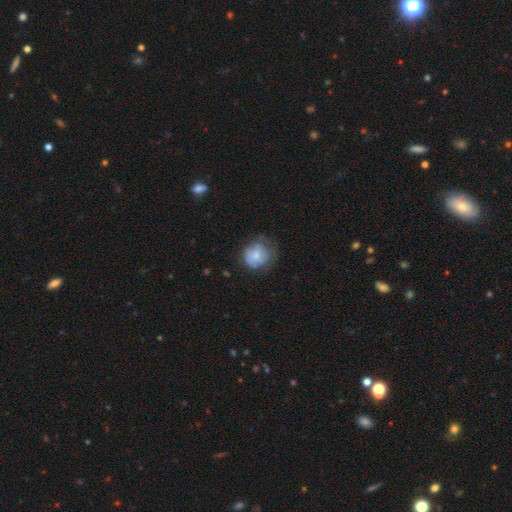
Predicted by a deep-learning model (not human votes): The model was most divided on "merging": none: 50%, minor disturbance: 30%, major disturbance: 18%, merger: 2%. More confident: how rounded — round (76%); smooth or featured — smooth (64%).